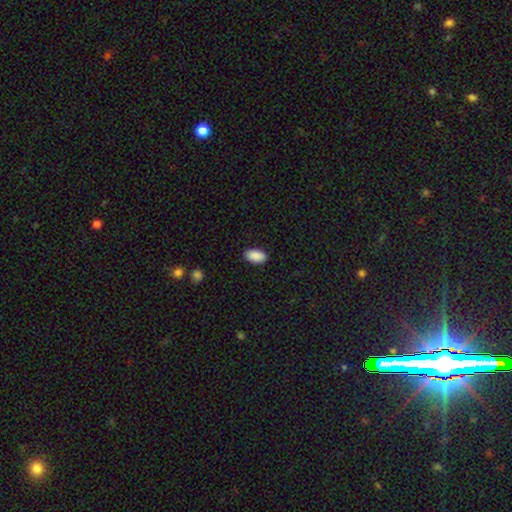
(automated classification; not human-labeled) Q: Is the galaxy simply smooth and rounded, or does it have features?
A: smooth — 90%.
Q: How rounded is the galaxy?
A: in between — 95%.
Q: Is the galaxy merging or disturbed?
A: none — 89%.